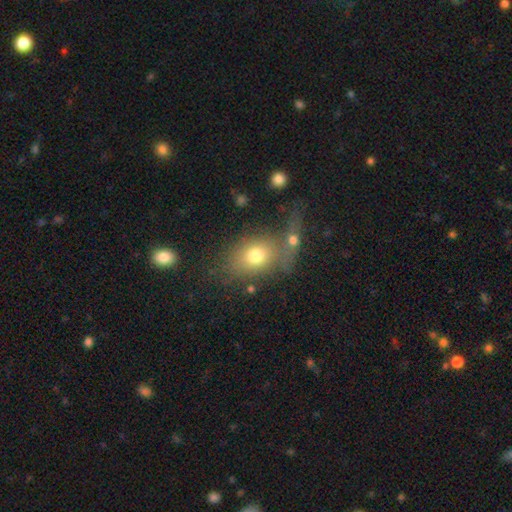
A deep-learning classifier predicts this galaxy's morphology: Smooth or featured: smooth — 72% (featured or disk — 16%)
How rounded: in between — 65% (round — 33%)
Merging: none — 45% (merger — 29%)